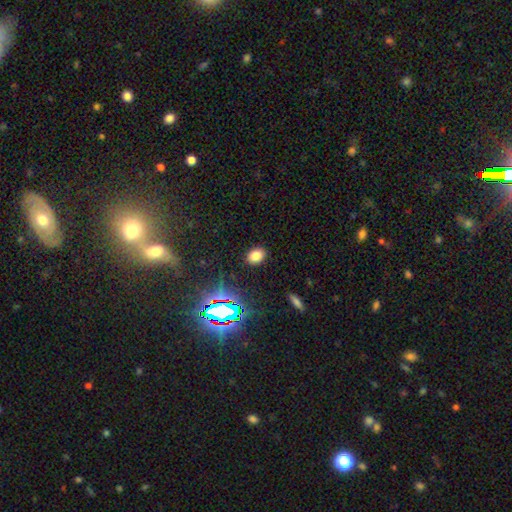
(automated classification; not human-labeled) This appears to be a smooth galaxy with no disk features (74%) that is in between round and cigar-shaped (70%). Merging: none (88%).